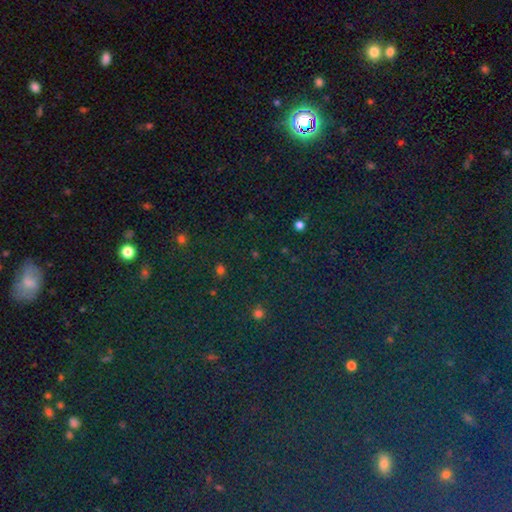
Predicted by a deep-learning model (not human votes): A star or artifact, not a galaxy (74%).

Vote fractions:
- Smooth or featured? star or artifact: 74% / smooth: 17% / featured or disk: 9%